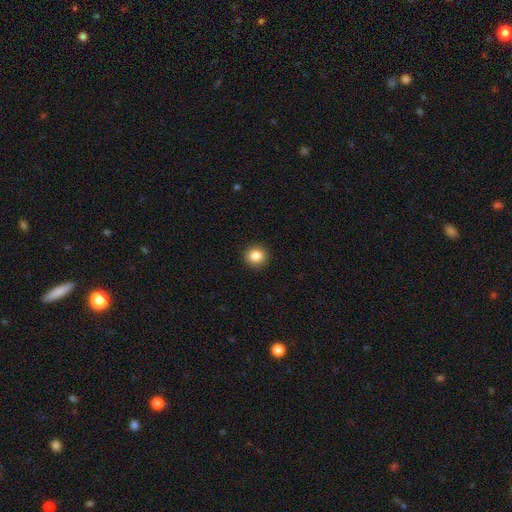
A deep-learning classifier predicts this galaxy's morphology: Q: Smooth or featured?
A: smooth (85%); runner-up: star or artifact (10%)
Q: How rounded?
A: round (92%); runner-up: in between (7%)
Q: Merging?
A: none (92%); runner-up: minor disturbance (5%)